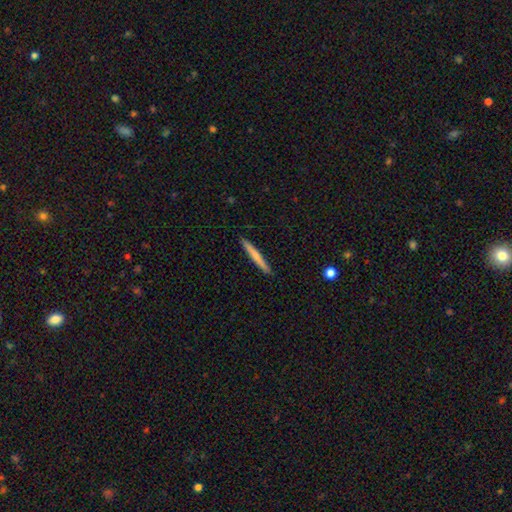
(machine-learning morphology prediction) A smooth galaxy with no disk features (66%) that is cigar-shaped (96%).

Vote fractions:
- Smooth or featured? smooth: 66% / featured or disk: 28% / star or artifact: 5%
- How rounded? cigar-shaped: 96% / in between: 2% / round: 1%
- Merging? none: 92% / minor disturbance: 6% / major disturbance: 1% / merger: 1%